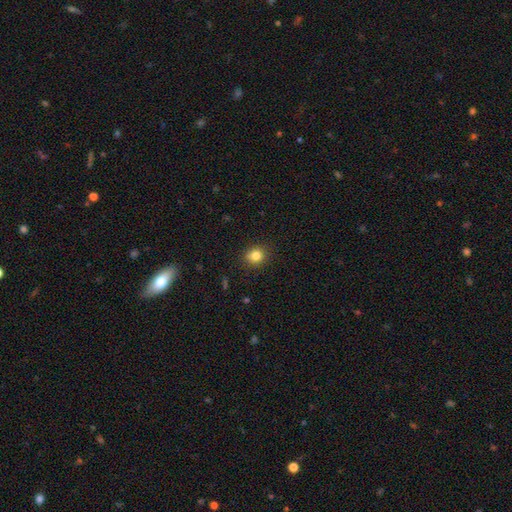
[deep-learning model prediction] Smooth or featured? smooth (83%)
How rounded? round (77%)
Merging? none (88%)